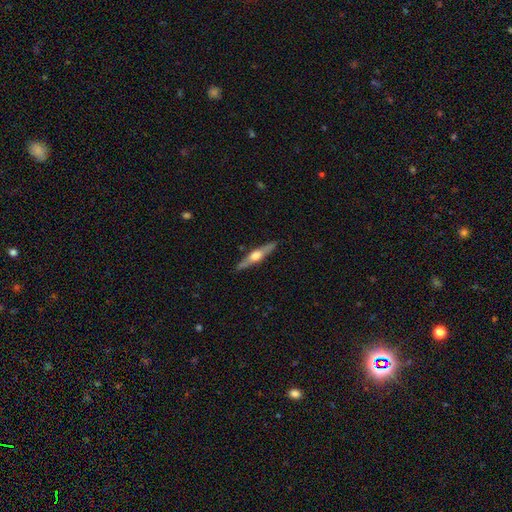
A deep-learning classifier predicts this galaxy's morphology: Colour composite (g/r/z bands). It shows a featured or disk galaxy (67%) viewed edge-on (96%) with a rounded central bulge (91%). Merging: none (89%).